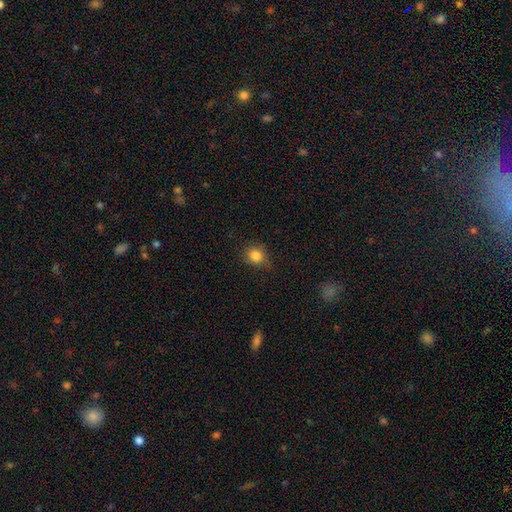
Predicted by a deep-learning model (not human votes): Smooth or featured? Predicted: smooth (p=0.84). How rounded? Predicted: round (p=0.83). Merging? Predicted: none (p=0.78).